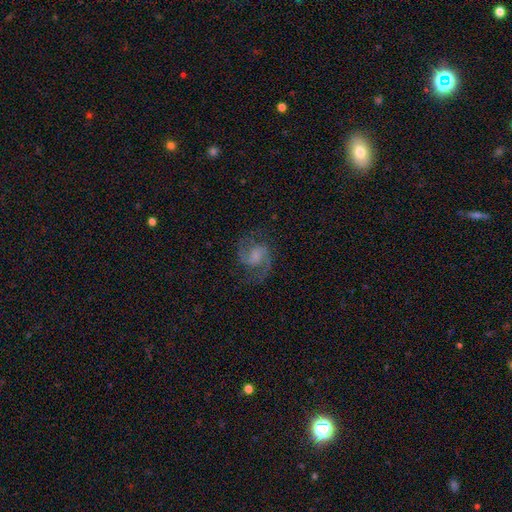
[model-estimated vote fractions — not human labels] Smooth or featured? Predicted: featured or disk (p=0.85). Edge-on disk? Predicted: no (p=0.98). Bar? Predicted: weak (p=0.47). Spiral arms? Predicted: yes (p=0.97). Spiral winding? Predicted: medium (p=0.59). Spiral arm count? Predicted: 2 (p=0.93). Bulge size? Predicted: none (p=0.40). Merging? Predicted: none (p=0.75).